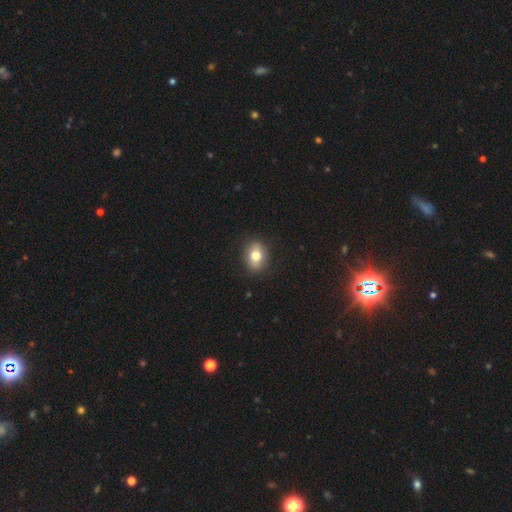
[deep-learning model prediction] The model was most divided on "how rounded": in between: 64%, round: 35%, cigar-shaped: 2%. More confident: merging — none (88%); smooth or featured — smooth (76%).